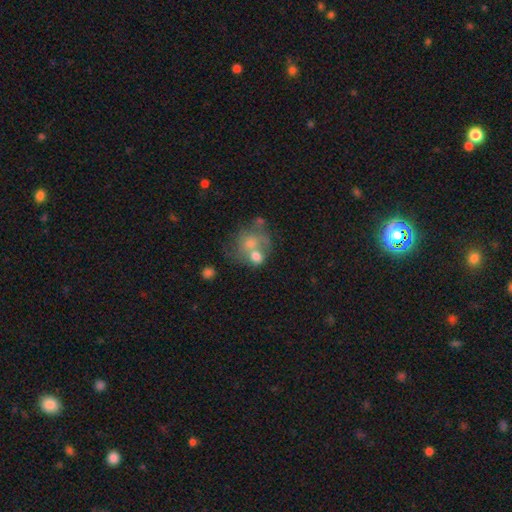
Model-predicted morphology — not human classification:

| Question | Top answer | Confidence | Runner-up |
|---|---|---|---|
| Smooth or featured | smooth | 59% | featured or disk (31%) |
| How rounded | round | 60% | in between (39%) |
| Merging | merger | 52% | none (25%) |